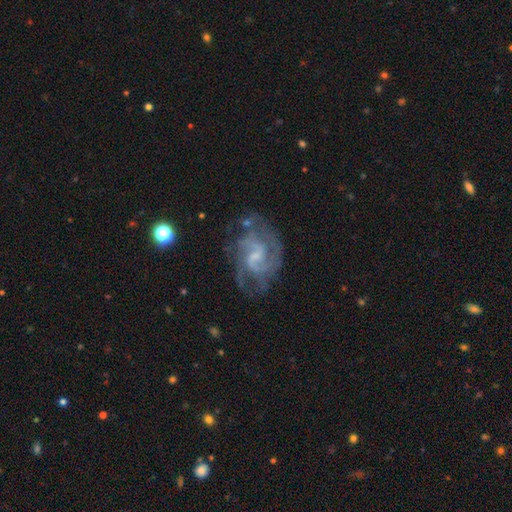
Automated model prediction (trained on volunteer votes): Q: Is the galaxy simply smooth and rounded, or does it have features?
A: featured or disk — 86%.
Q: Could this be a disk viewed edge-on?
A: no — 98%.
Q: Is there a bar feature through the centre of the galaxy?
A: weak — 58%.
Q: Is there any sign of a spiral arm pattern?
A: yes — 95%.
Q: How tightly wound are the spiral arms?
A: medium — 53%.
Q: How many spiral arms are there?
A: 2 — 51%.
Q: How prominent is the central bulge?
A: small — 47%.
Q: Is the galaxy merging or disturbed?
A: none — 62%.